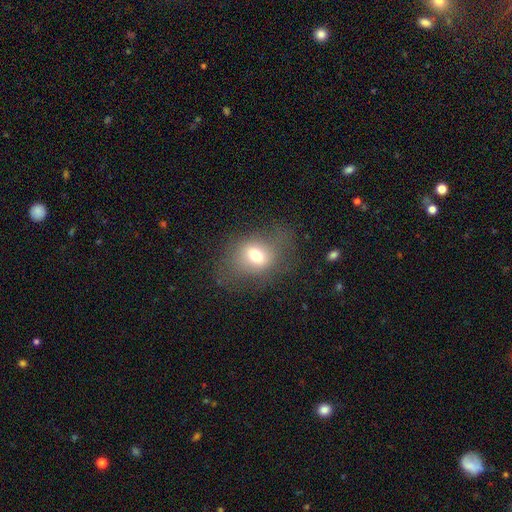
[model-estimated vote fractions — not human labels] smooth_or_featured: smooth (p=0.62) [alt: featured or disk p=0.25]
how_rounded: in between (p=0.58) [alt: round p=0.40]
merging: none (p=0.65) [alt: minor disturbance p=0.18]